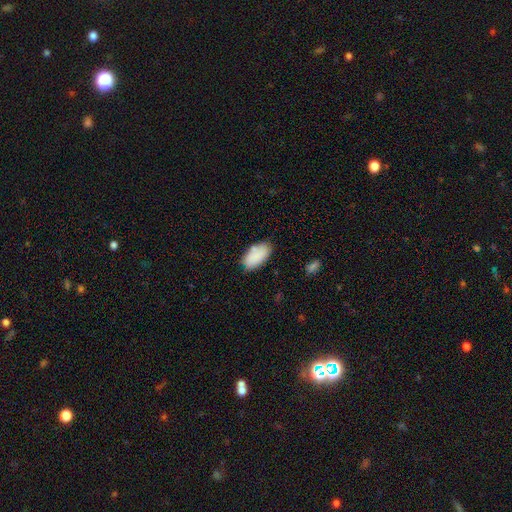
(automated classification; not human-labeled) Smooth or featured: smooth — 86% (featured or disk — 7%)
How rounded: in between — 94% (round — 3%)
Merging: none — 75% (minor disturbance — 17%)